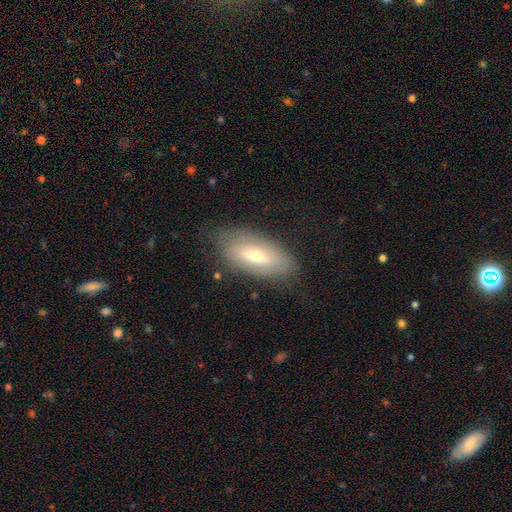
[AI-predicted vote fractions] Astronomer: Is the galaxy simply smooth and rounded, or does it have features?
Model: smooth — 48% (runner-up: featured or disk, 44%).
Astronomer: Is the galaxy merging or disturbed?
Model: none — 77%.